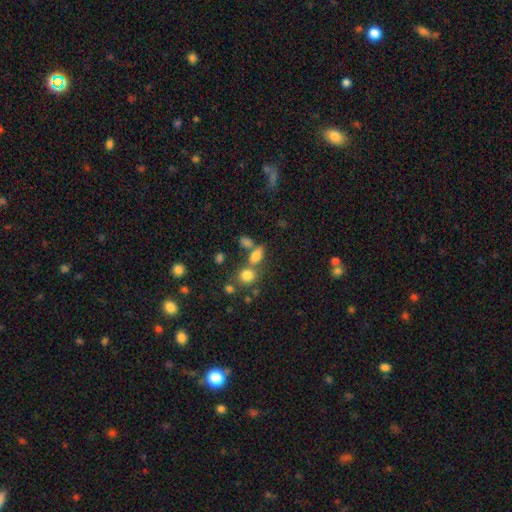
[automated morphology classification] Smooth or featured: smooth — 75% (star or artifact — 14%)
How rounded: in between — 66% (round — 28%)
Merging: none — 50% (merger — 31%)